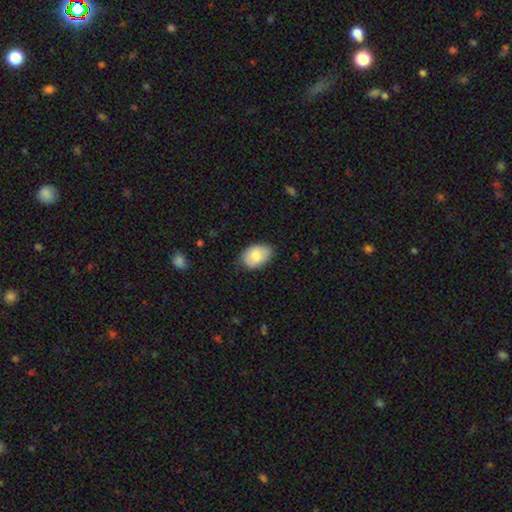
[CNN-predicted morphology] This appears to be a smooth galaxy with no disk features (80%) that is in between round and cigar-shaped (87%). Merging: none (79%).